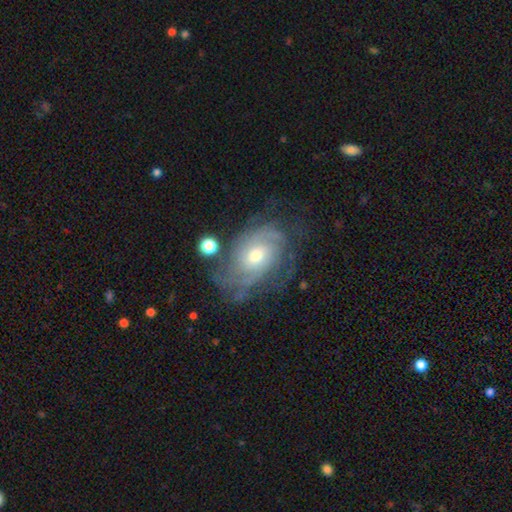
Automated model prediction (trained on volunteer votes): A featured or disk galaxy (80%) with no bar (71%), tight (60%) spiral arms (91%) and a moderate central bulge (66%).

Vote fractions:
- Smooth or featured? featured or disk: 80% / smooth: 14% / star or artifact: 6%
- Edge-on disk? no: 96% / yes: 4%
- Bar? no: 71% / weak: 25% / strong: 4%
- Spiral arms? yes: 91% / no: 9%
- Spiral winding? tight: 60% / medium: 31% / loose: 10%
- Spiral arm count? can't tell: 43% / 2: 26% / 3: 15% / 4: 6% / 1: 5% / more than 4: 4%
- Bulge size? moderate: 66% / small: 27% / large: 5% / none: 1% / dominant: 1%
- Merging? none: 60% / minor disturbance: 23% / major disturbance: 14% / merger: 3%